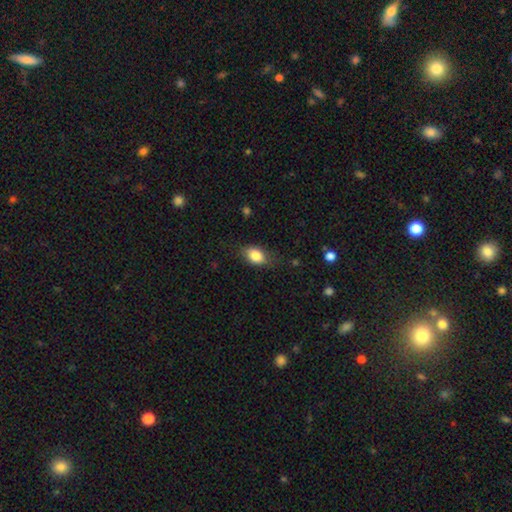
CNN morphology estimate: type=smooth (83%); roundness=in between (79%); merging=none (70%).